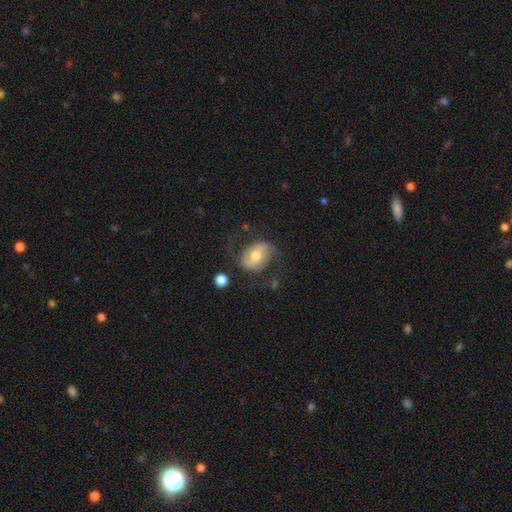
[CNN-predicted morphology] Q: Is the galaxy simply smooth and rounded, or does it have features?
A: featured or disk — 56%.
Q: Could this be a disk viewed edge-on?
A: no — 96%.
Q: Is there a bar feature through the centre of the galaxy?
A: weak — 43%.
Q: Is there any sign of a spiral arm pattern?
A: yes — 78%.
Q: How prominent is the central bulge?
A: moderate — 72%.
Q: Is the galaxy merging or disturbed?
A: none — 63%.